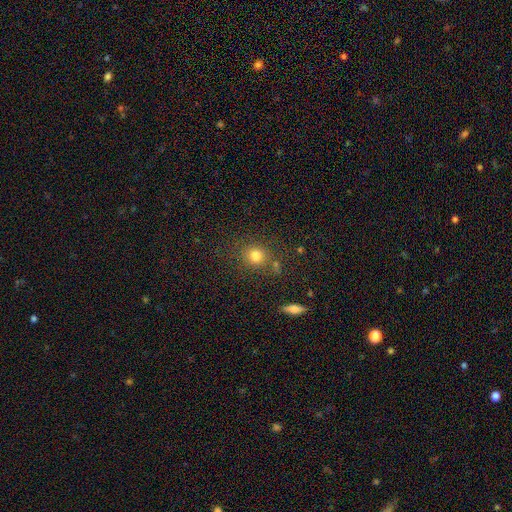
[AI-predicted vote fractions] smooth_or_featured: smooth (p=0.78) [alt: star or artifact p=0.14]
how_rounded: round (p=0.83) [alt: in between p=0.16]
merging: none (p=0.77) [alt: minor disturbance p=0.11]